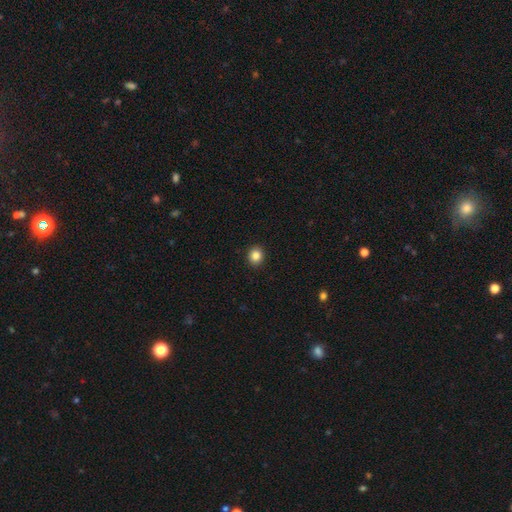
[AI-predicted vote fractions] Morphology: type=smooth (85%); roundness=round (75%); merging=none (93%).